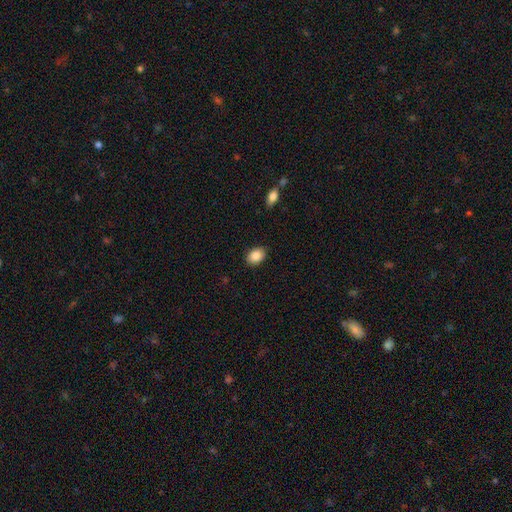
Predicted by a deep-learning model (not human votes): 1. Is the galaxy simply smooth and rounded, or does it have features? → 87% smooth, 8% star or artifact, 5% featured or disk.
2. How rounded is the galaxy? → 73% in between, 26% round, 1% cigar-shaped.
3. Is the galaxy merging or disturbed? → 88% none, 9% minor disturbance, 2% major disturbance, 1% merger.